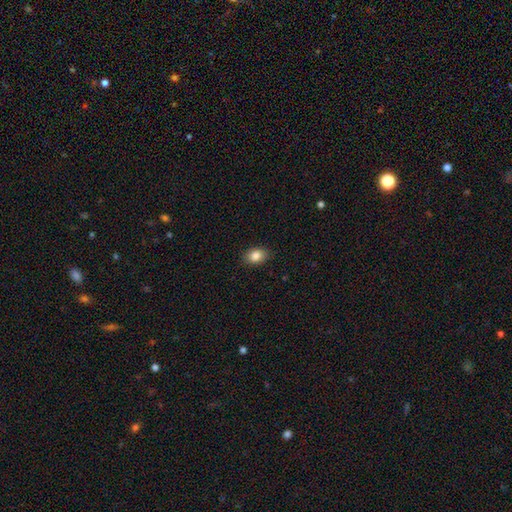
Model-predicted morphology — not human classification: Smooth or featured? smooth (85%)
How rounded? in between (75%)
Merging? none (87%)